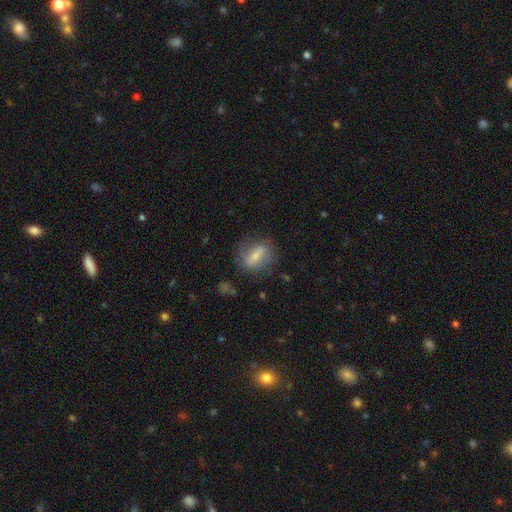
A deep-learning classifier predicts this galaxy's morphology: A smooth galaxy with no disk features (47%).

Vote fractions:
- Smooth or featured? smooth: 47% / featured or disk: 45% / star or artifact: 8%
- Merging? none: 70% / minor disturbance: 18% / major disturbance: 10% / merger: 2%